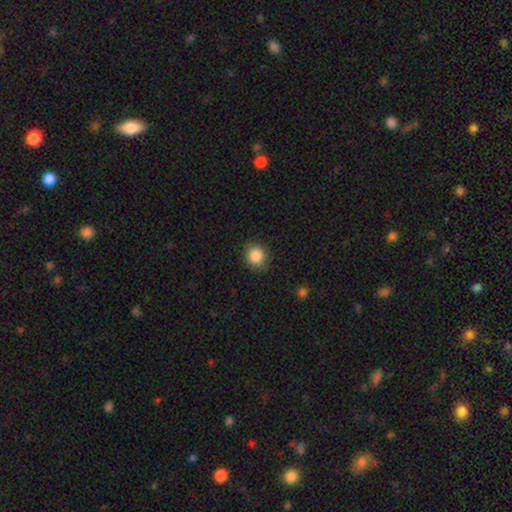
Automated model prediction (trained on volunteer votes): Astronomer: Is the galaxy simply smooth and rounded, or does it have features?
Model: smooth — 87%.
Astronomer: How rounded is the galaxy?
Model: round — 83%.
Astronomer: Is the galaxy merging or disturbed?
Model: none — 90%.